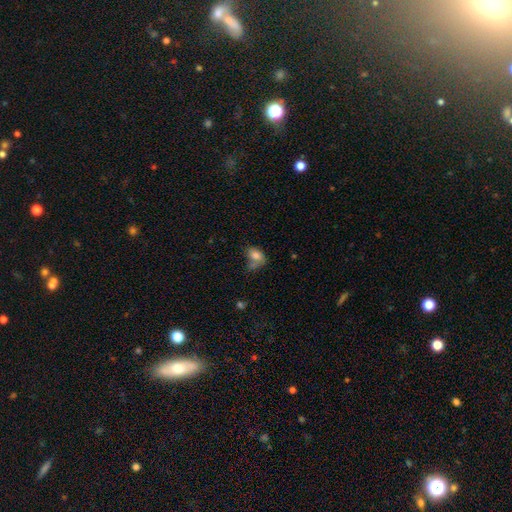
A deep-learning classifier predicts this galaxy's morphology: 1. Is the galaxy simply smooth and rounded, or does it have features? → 76% smooth, 15% featured or disk, 9% star or artifact.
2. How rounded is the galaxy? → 77% in between, 22% round, 2% cigar-shaped.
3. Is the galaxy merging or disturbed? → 36% none, 30% minor disturbance, 20% major disturbance, 13% merger.